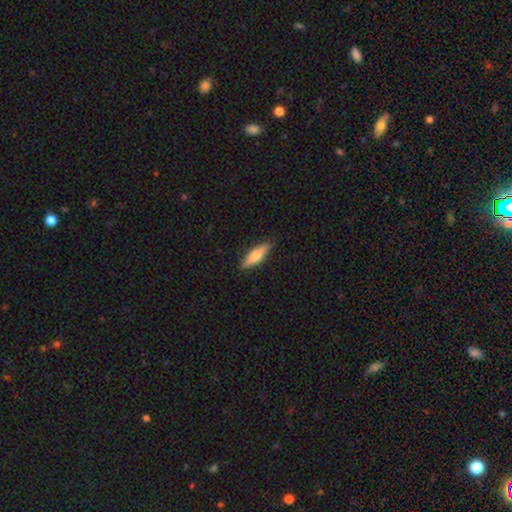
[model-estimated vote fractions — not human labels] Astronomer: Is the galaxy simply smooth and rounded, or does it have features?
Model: smooth — 66%.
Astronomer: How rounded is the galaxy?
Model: cigar-shaped — 61% (runner-up: in between, 37%).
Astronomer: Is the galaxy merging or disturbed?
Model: none — 89%.